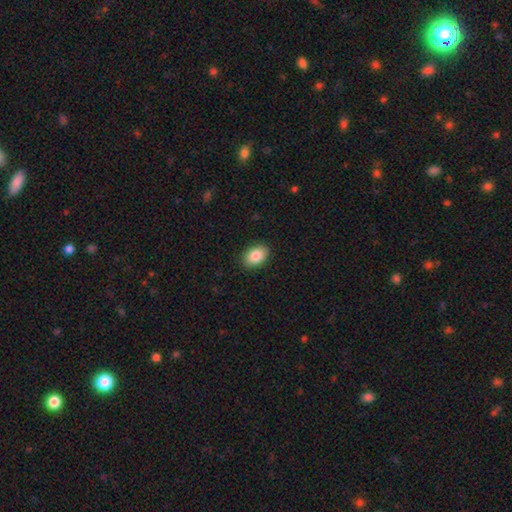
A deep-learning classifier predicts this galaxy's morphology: Smooth or featured? smooth (86%)
How rounded? in between (86%)
Merging? none (90%)